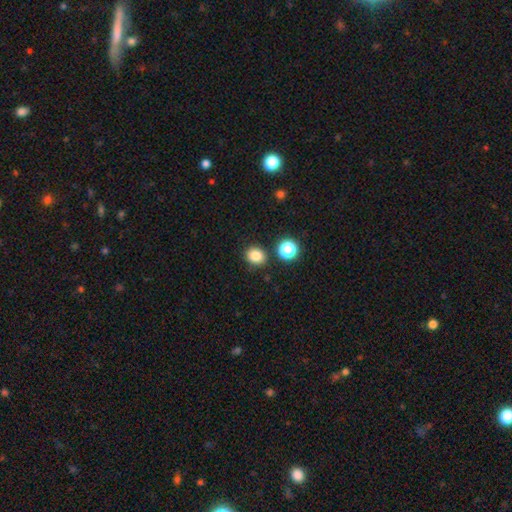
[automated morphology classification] Smooth or featured? Predicted: smooth (p=0.82). How rounded? Predicted: round (p=0.67). Merging? Predicted: none (p=0.84).